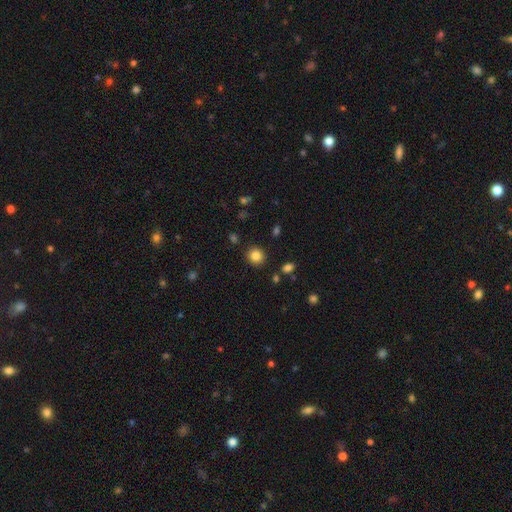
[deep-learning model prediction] Q: Smooth or featured?
A: smooth (85%); runner-up: star or artifact (11%)
Q: How rounded?
A: round (86%); runner-up: in between (13%)
Q: Merging?
A: none (88%); runner-up: minor disturbance (7%)